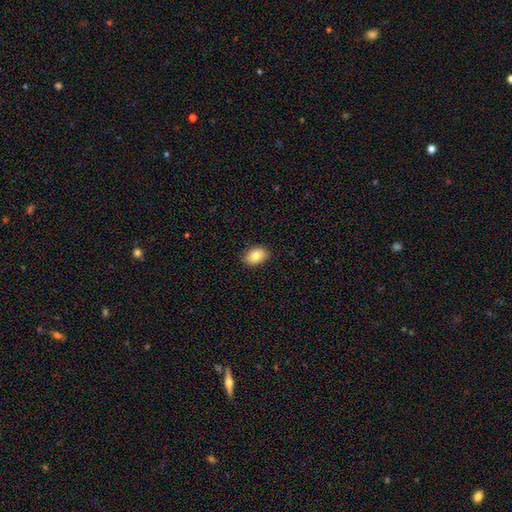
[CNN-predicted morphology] A smooth galaxy with no disk features (84%) that is in between round and cigar-shaped (81%).

Vote fractions:
- Smooth or featured? smooth: 84% / featured or disk: 8% / star or artifact: 8%
- How rounded? in between: 81% / round: 18% / cigar-shaped: 1%
- Merging? none: 88% / minor disturbance: 9% / major disturbance: 2% / merger: 1%